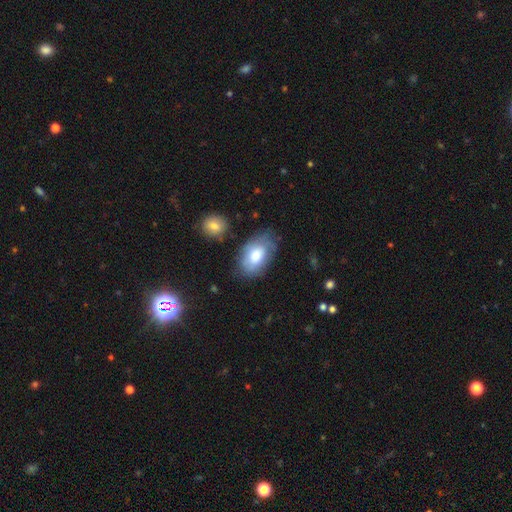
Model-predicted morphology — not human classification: Smooth or featured? Predicted: smooth (p=0.73). How rounded? Predicted: in between (p=0.90). Merging? Predicted: none (p=0.64).